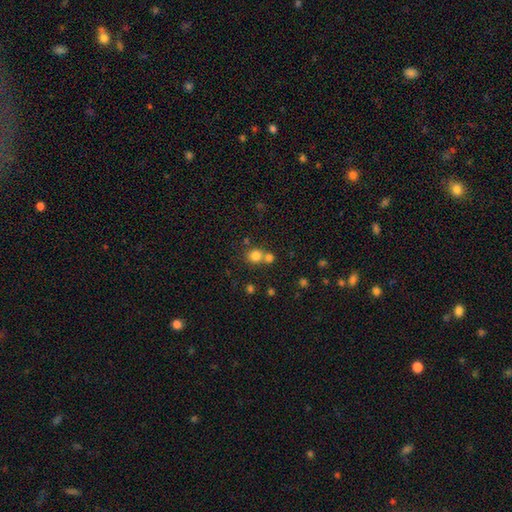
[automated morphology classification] Smooth or featured: smooth — 79% (star or artifact — 13%)
How rounded: round — 86% (in between — 13%)
Merging: none — 52% (merger — 39%)